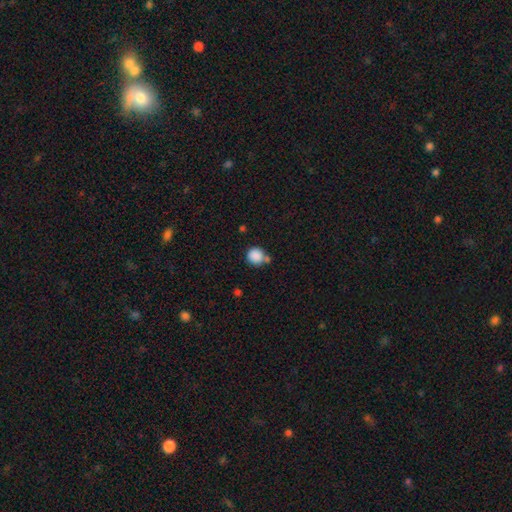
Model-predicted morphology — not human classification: Smooth or featured?
  - smooth: 87% *
  - star or artifact: 9%
  - featured or disk: 4%
How rounded?
  - round: 91% *
  - in between: 8%
  - cigar-shaped: 1%
Merging?
  - none: 63% *
  - merger: 18%
  - minor disturbance: 14%
  - major disturbance: 4%